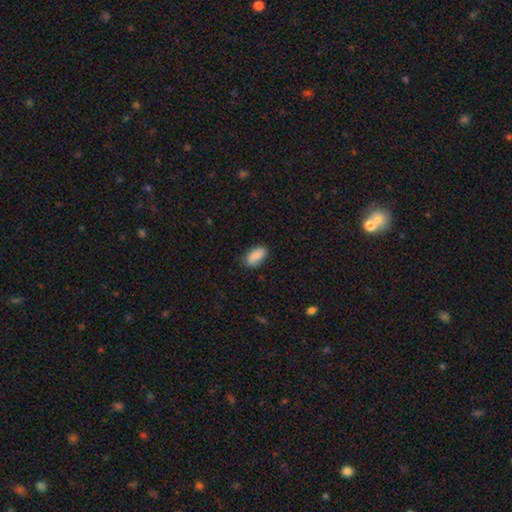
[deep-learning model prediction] Smooth or featured? smooth (87%)
How rounded? in between (92%)
Merging? none (77%)